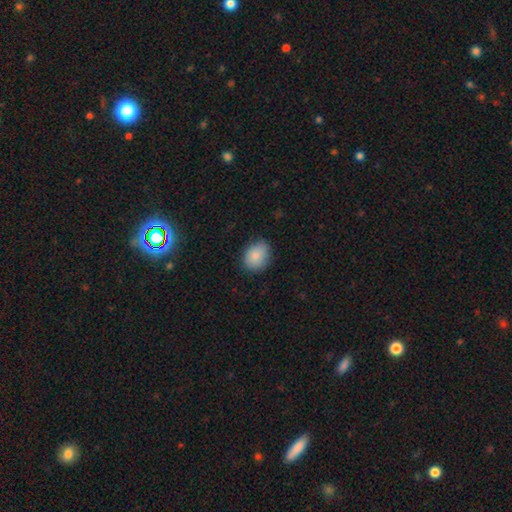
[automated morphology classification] smooth 85%, star or artifact 8%, featured or disk 7%. Down the decision tree: how rounded — round (50%); merging — none (80%).